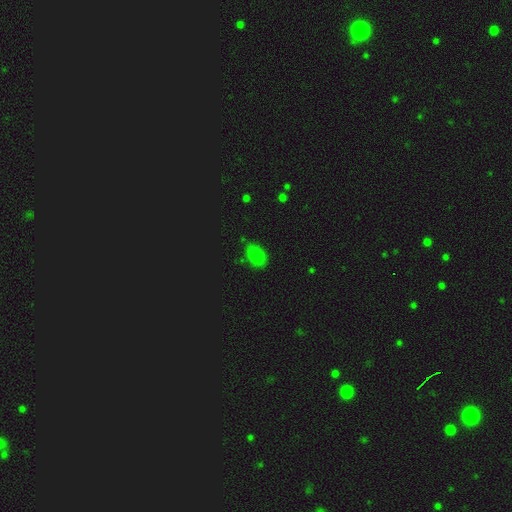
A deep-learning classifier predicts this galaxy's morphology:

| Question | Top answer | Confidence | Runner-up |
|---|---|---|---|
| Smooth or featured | smooth | 76% | star or artifact (19%) |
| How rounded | in between | 85% | round (13%) |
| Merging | none | 71% | minor disturbance (22%) |